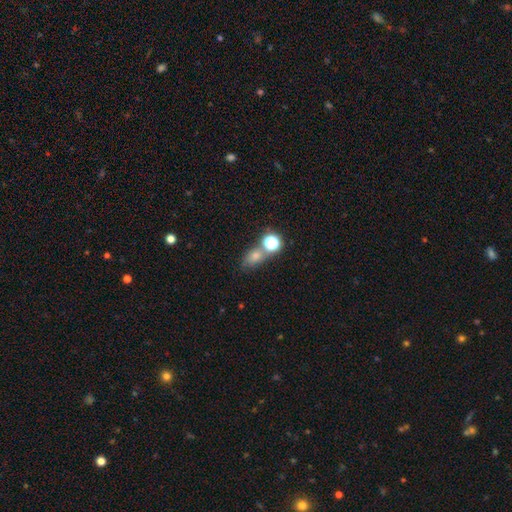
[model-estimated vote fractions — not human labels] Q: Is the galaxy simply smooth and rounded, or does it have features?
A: smooth — 67%.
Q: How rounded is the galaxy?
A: in between — 59%.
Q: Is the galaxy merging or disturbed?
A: none — 55%.